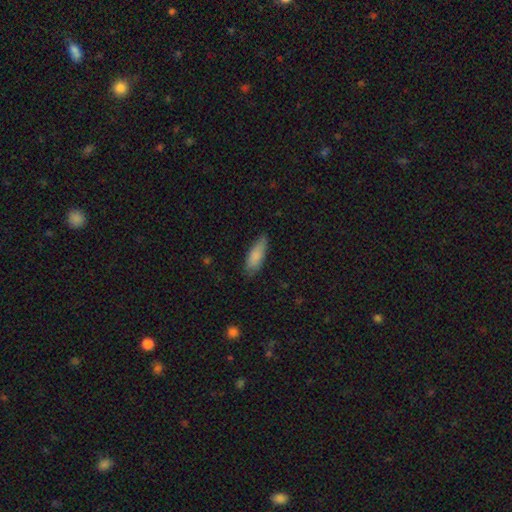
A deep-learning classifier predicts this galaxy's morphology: Overall: smooth (85%). How rounded: in between (61%; cigar-shaped 37%). Merging: none (74%).